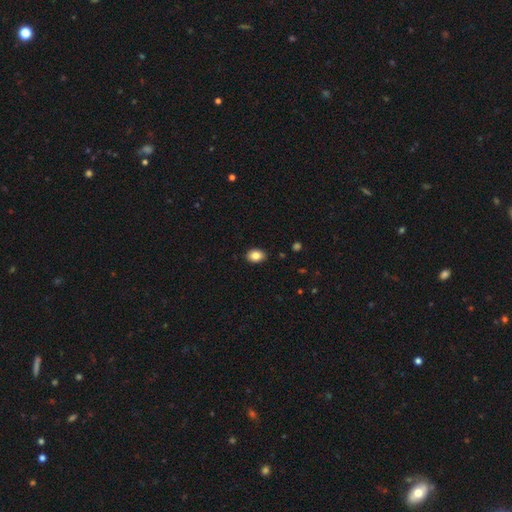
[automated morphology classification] Smooth or featured? smooth (85%)
How rounded? in between (76%)
Merging? none (88%)